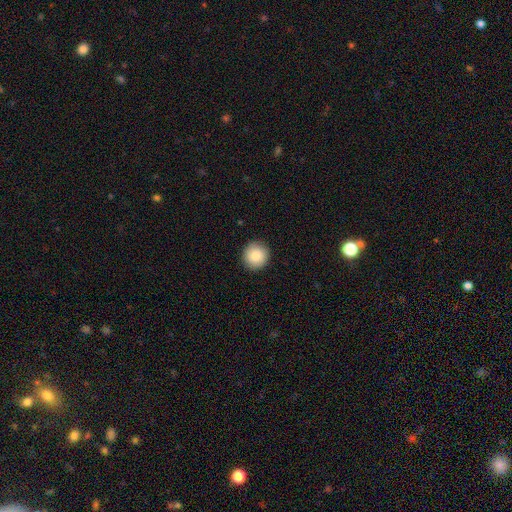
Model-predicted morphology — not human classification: smooth-or-featured: smooth: 87% | star or artifact: 8% | featured or disk: 5%
  how-rounded: round: 92% | in between: 7% | cigar-shaped: 1%
  merging: none: 91% | minor disturbance: 6% | major disturbance: 2% | merger: 1%